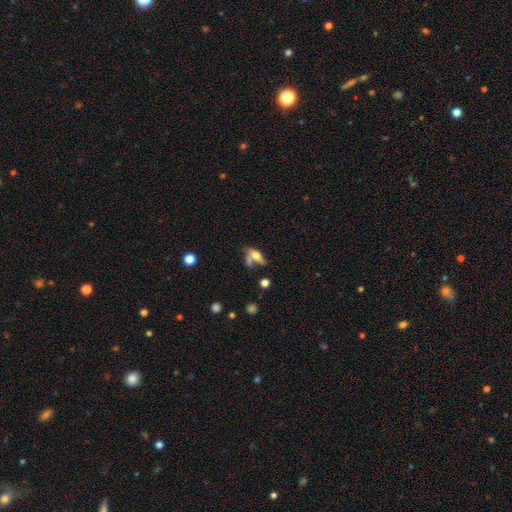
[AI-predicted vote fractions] Smooth or featured?
  - smooth: 53% *
  - featured or disk: 37%
  - star or artifact: 10%
How rounded?
  - in between: 67% *
  - cigar-shaped: 25%
  - round: 8%
Merging?
  - merger: 37% *
  - none: 34%
  - major disturbance: 15%
  - minor disturbance: 15%